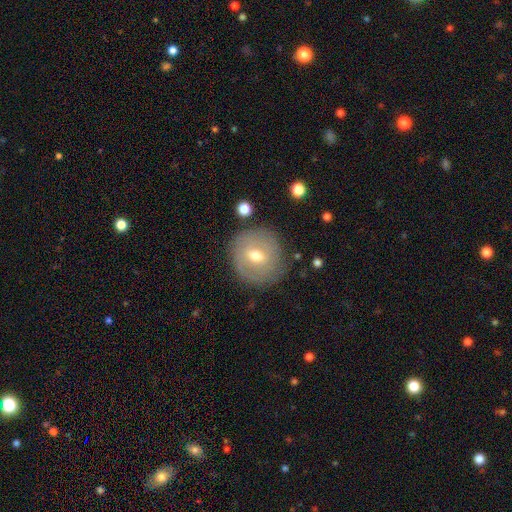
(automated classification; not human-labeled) smooth_or_featured: featured or disk (p=0.47) [alt: smooth p=0.45]
merging: none (p=0.79) [alt: minor disturbance p=0.14]